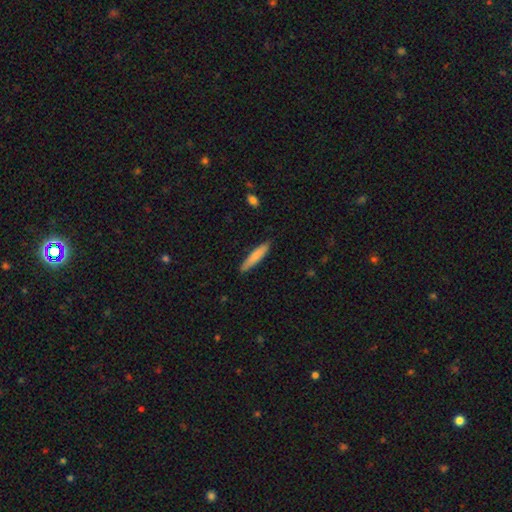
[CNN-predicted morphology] Smooth or featured?
  - smooth: 77% *
  - featured or disk: 18%
  - star or artifact: 5%
How rounded?
  - cigar-shaped: 88% *
  - in between: 10%
  - round: 1%
Merging?
  - none: 87% *
  - minor disturbance: 10%
  - major disturbance: 2%
  - merger: 1%